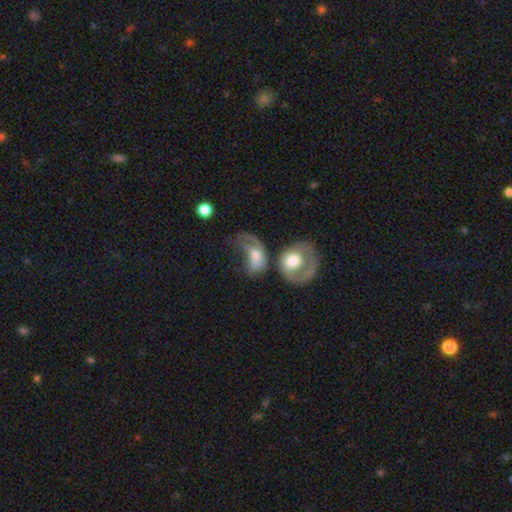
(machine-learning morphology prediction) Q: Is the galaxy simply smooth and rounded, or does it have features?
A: featured or disk — 47%.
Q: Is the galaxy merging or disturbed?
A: major disturbance — 37%, tied with merger.